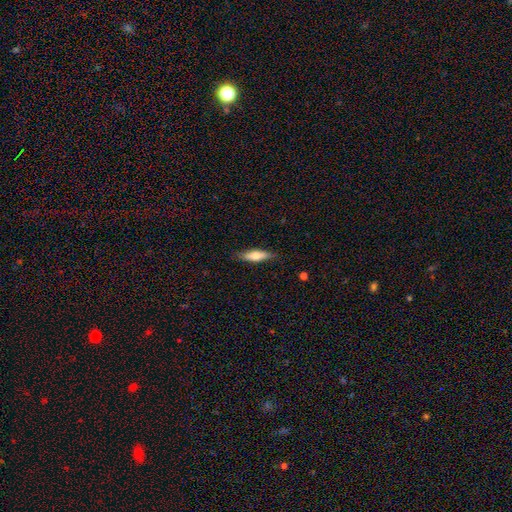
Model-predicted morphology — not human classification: This appears to be a smooth galaxy with no disk features (63%) that is cigar-shaped (60%). Merging: none (83%).